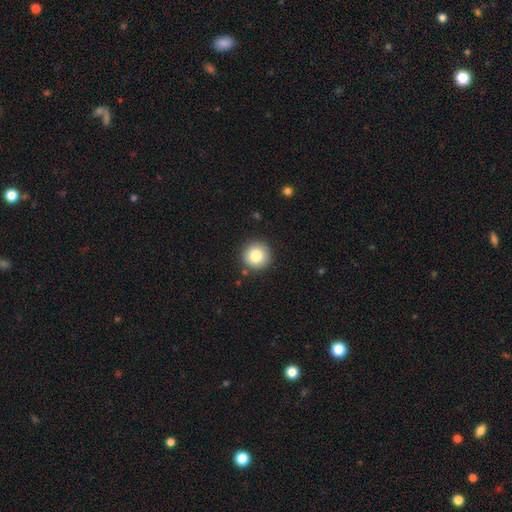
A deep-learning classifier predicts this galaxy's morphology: Smooth or featured?
  - smooth: 83% *
  - star or artifact: 9%
  - featured or disk: 8%
How rounded?
  - round: 95% *
  - in between: 4%
  - cigar-shaped: 1%
Merging?
  - none: 89% *
  - minor disturbance: 7%
  - major disturbance: 2%
  - merger: 2%